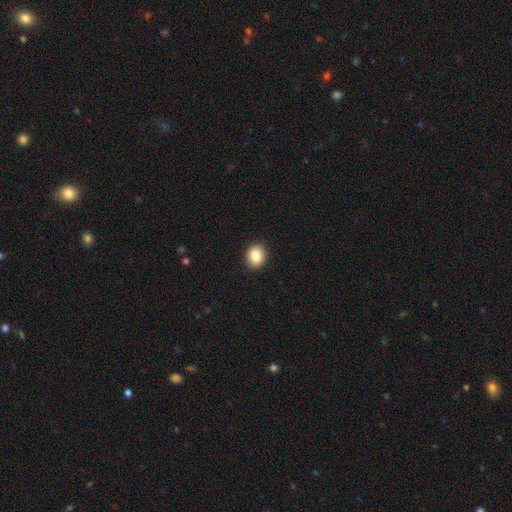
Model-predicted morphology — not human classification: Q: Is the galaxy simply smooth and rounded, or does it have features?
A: smooth — 86%.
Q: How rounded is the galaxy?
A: round — 69%.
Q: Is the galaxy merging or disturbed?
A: none — 92%.